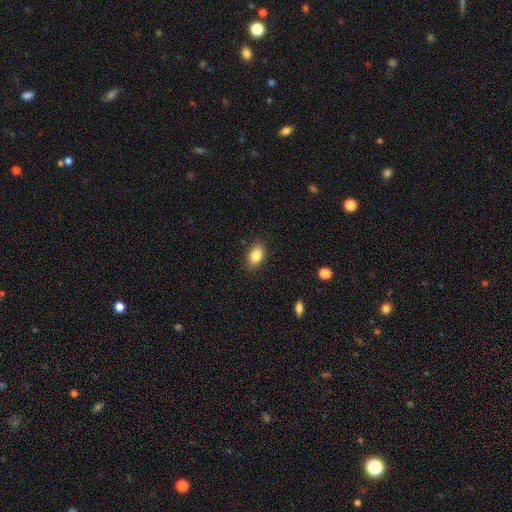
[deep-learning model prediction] smooth 83%, star or artifact 9%, featured or disk 8%. Down the decision tree: how rounded — in between (82%); merging — none (88%).